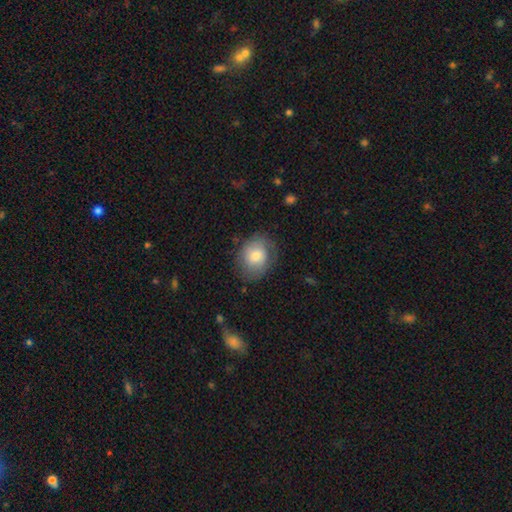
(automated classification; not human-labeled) Q: Smooth or featured?
A: smooth (73%); runner-up: featured or disk (19%)
Q: How rounded?
A: round (50%); runner-up: in between (49%)
Q: Merging?
A: none (73%); runner-up: minor disturbance (19%)